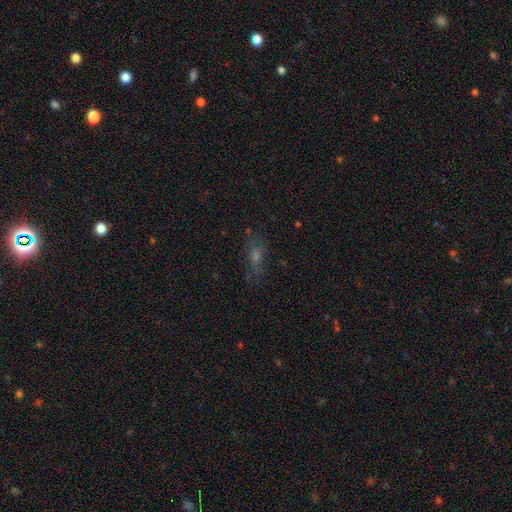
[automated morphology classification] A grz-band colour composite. It shows a smooth galaxy with no disk features (39%). Merging: none (74%).